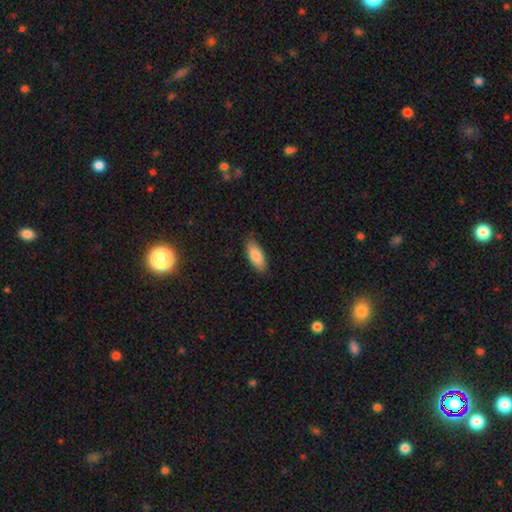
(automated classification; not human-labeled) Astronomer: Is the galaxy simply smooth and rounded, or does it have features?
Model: smooth — 85%.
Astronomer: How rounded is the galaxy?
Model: in between — 80%.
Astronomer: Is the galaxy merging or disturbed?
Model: none — 84%.